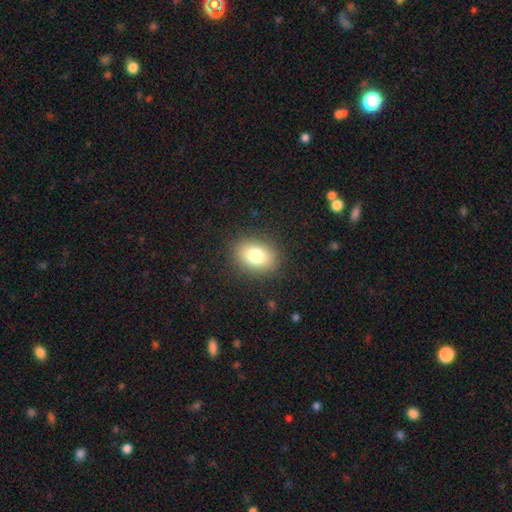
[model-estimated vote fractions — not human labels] Smooth or featured: smooth — 80% (featured or disk — 11%)
How rounded: in between — 72% (round — 27%)
Merging: none — 87% (minor disturbance — 9%)